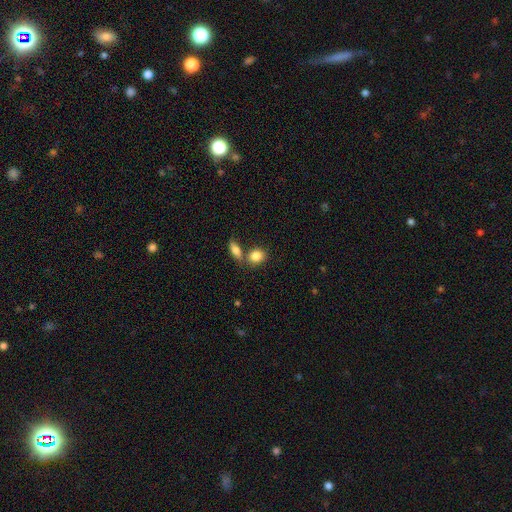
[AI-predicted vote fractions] Smooth or featured?
  - smooth: 84% *
  - featured or disk: 8%
  - star or artifact: 8%
How rounded?
  - round: 49% *
  - in between: 48%
  - cigar-shaped: 3%
Merging?
  - none: 55% *
  - merger: 32%
  - minor disturbance: 10%
  - major disturbance: 3%